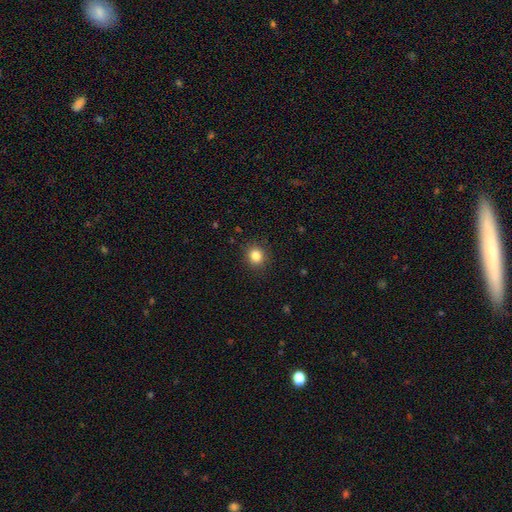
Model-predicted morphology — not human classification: This is clearly a smooth galaxy (84%). How rounded: clearly round (80%). Merging: clearly none (89%).